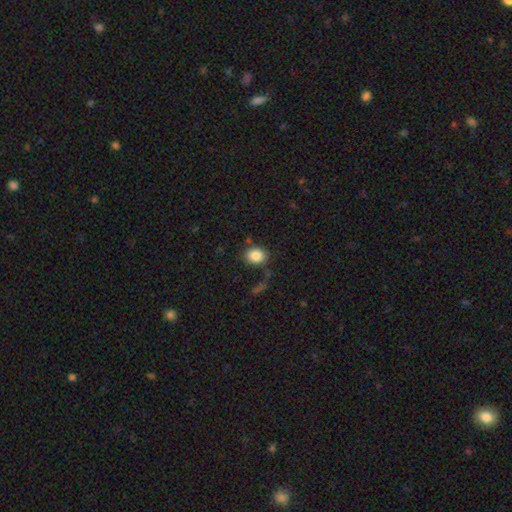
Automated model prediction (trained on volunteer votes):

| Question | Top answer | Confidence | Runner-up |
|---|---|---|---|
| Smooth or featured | smooth | 85% | star or artifact (9%) |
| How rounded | round | 51% | in between (48%) |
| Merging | none | 75% | minor disturbance (14%) |